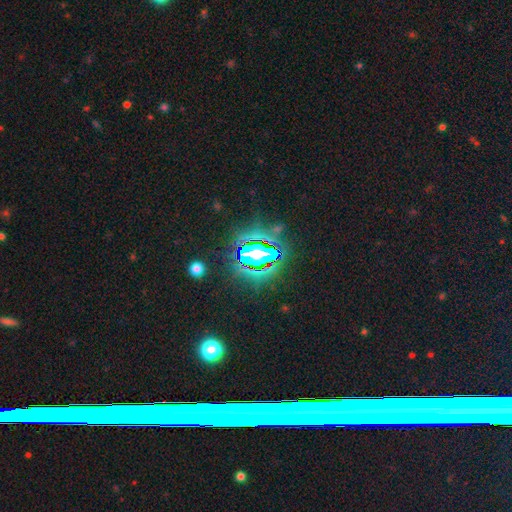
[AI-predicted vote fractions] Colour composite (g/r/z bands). It shows a star or artifact, not a galaxy (73%).